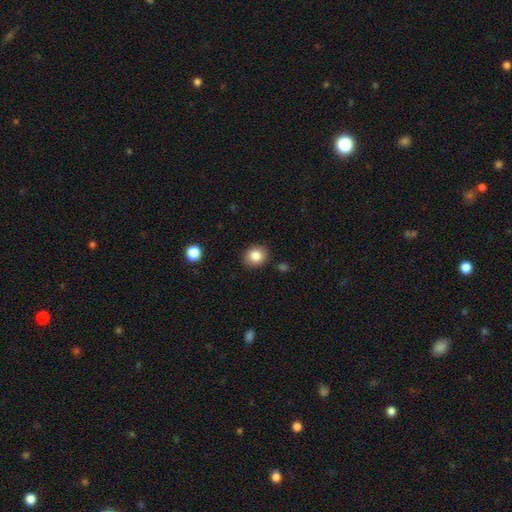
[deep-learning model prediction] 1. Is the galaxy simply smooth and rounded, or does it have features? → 85% smooth, 9% star or artifact, 6% featured or disk.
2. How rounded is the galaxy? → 72% round, 28% in between, 1% cigar-shaped.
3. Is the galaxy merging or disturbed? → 87% none, 9% minor disturbance, 2% major disturbance, 2% merger.